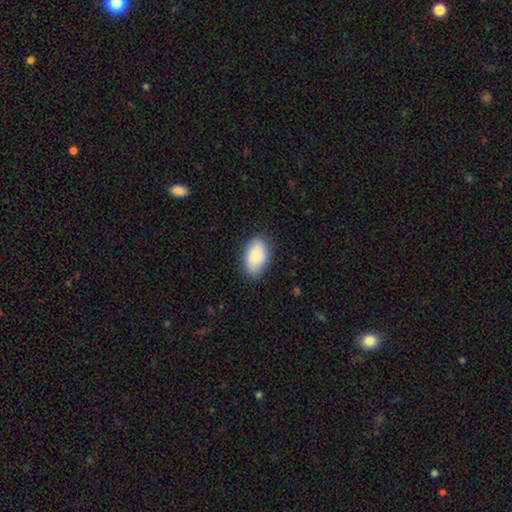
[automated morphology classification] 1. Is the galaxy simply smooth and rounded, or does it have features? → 87% smooth, 7% featured or disk, 6% star or artifact.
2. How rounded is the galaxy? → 94% in between, 5% round, 2% cigar-shaped.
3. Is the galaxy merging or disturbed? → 83% none, 13% minor disturbance, 3% major disturbance, 1% merger.